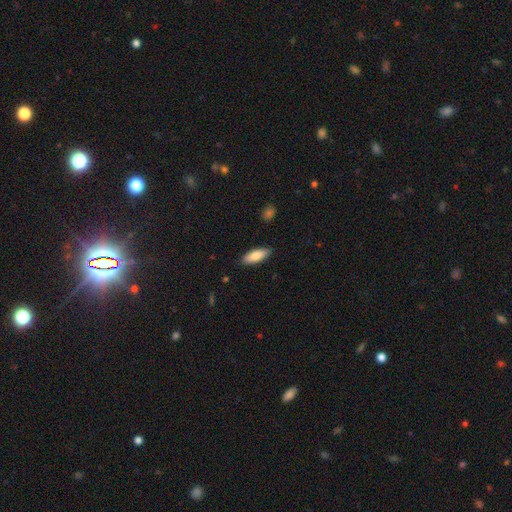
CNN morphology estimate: Smooth or featured? smooth (82%)
How rounded? in between (71%)
Merging? none (88%)